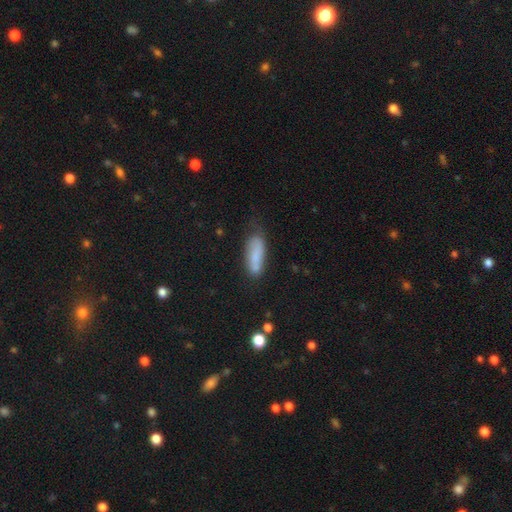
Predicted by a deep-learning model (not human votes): Morphology: type=smooth (75%); roundness=in between (57%); merging=none (59%).